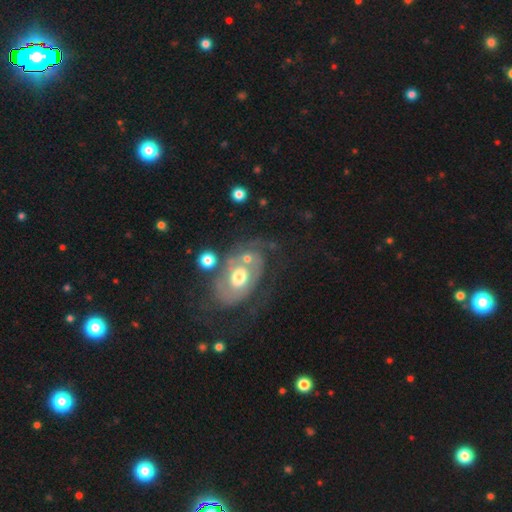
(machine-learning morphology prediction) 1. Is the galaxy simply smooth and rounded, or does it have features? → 75% featured or disk, 18% smooth, 8% star or artifact.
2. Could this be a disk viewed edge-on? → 96% no, 4% yes.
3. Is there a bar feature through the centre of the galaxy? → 79% no, 16% weak, 5% strong.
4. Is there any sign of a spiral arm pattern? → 70% yes, 30% no.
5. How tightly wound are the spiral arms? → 49% tight, 34% medium, 17% loose.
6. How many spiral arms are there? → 40% 2, 32% can't tell, 14% 1, 8% 3, 3% 4, 3% more than 4.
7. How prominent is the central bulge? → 73% moderate, 14% large, 10% small, 2% dominant, 1% none.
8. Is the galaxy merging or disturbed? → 51% none, 21% major disturbance, 19% minor disturbance, 9% merger.